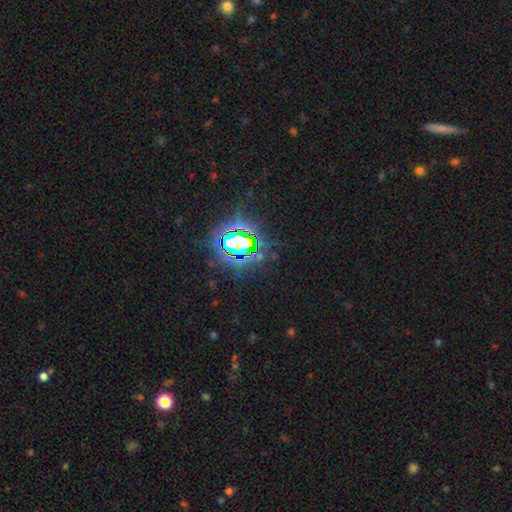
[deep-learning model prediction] Smooth or featured?
  - star or artifact: 81% *
  - smooth: 11%
  - featured or disk: 8%